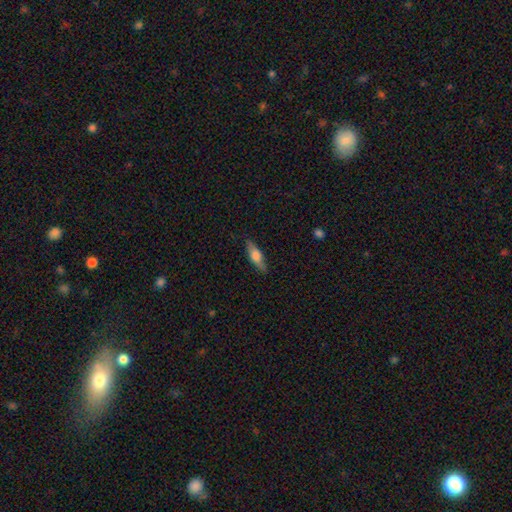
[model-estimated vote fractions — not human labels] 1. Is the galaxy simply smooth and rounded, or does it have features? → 51% smooth, 43% featured or disk, 6% star or artifact.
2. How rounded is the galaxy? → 53% cigar-shaped, 44% in between, 3% round.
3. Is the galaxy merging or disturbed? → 85% none, 11% minor disturbance, 2% major disturbance, 1% merger.